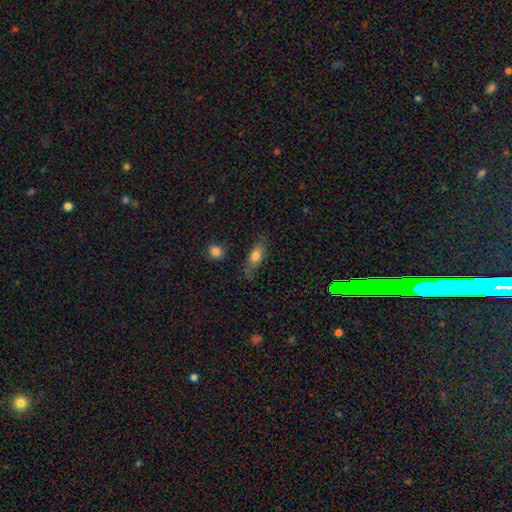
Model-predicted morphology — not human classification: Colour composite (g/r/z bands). It shows a smooth galaxy with no disk features (75%) that is in between round and cigar-shaped (73%). Merging: none (71%).